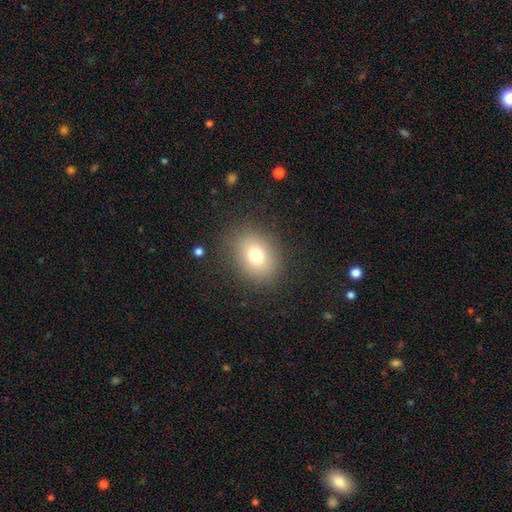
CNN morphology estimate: A smooth galaxy with no disk features (75%) that is in between round and cigar-shaped (54%).

Vote fractions:
- Smooth or featured? smooth: 75% / star or artifact: 13% / featured or disk: 12%
- How rounded? in between: 54% / round: 45% / cigar-shaped: 1%
- Merging? none: 84% / minor disturbance: 10% / major disturbance: 5% / merger: 1%